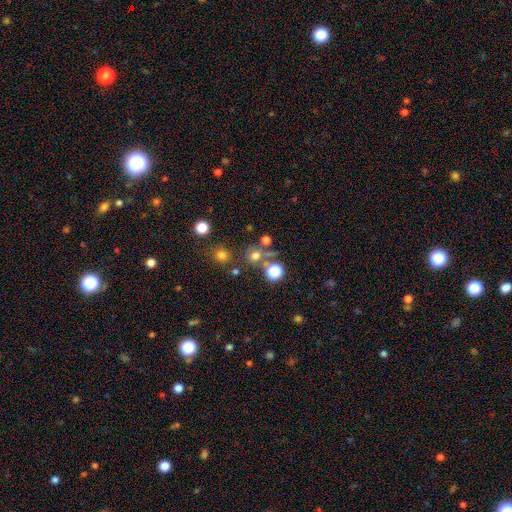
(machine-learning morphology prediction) A smooth galaxy with no disk features (64%) that is round (85%). Merging: none (62%).